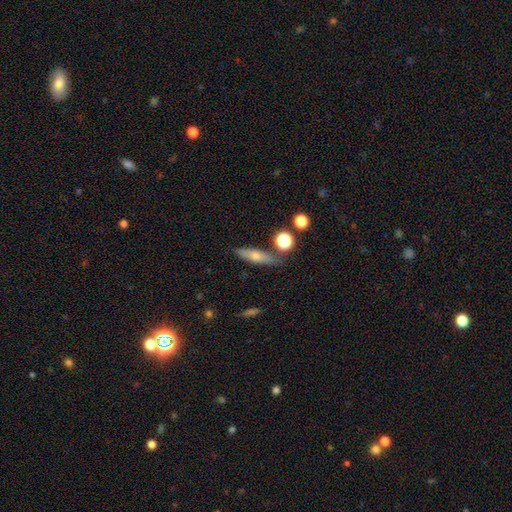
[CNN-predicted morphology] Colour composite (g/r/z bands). It shows a smooth galaxy with no disk features (61%) that is cigar-shaped (63%). Merging: none (77%).